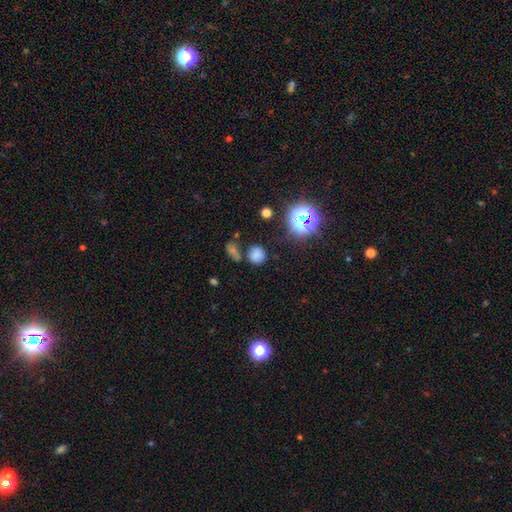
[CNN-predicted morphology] This is likely a smooth galaxy (72%). How rounded: clearly round (82%). Merging: likely none (67%).